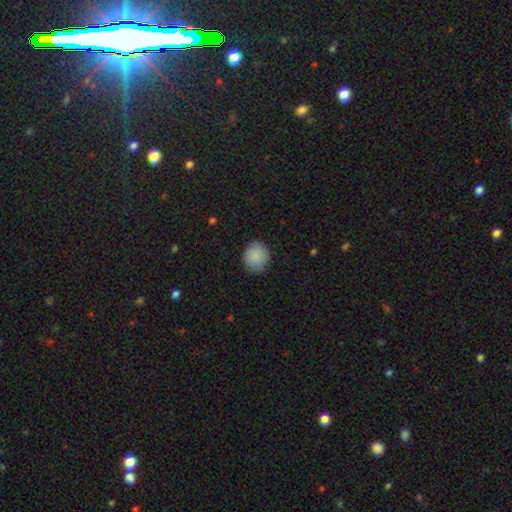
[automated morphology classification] This appears to be a smooth galaxy with no disk features (88%) that is round (76%). Merging: none (85%).